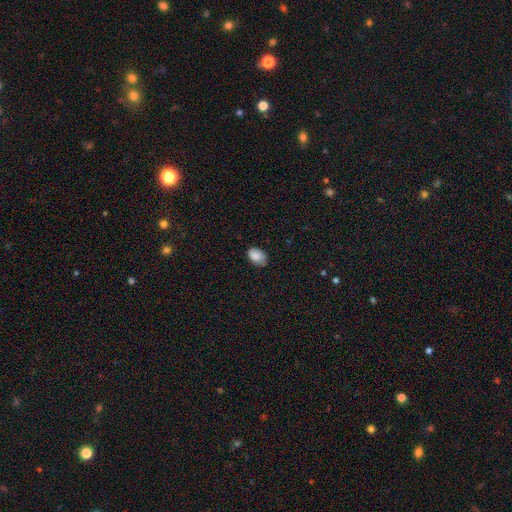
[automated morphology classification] smooth-or-featured: smooth: 85% | star or artifact: 8% | featured or disk: 7%
  how-rounded: in between: 80% | round: 19% | cigar-shaped: 1%
  merging: none: 76% | minor disturbance: 20% | major disturbance: 3% | merger: 1%